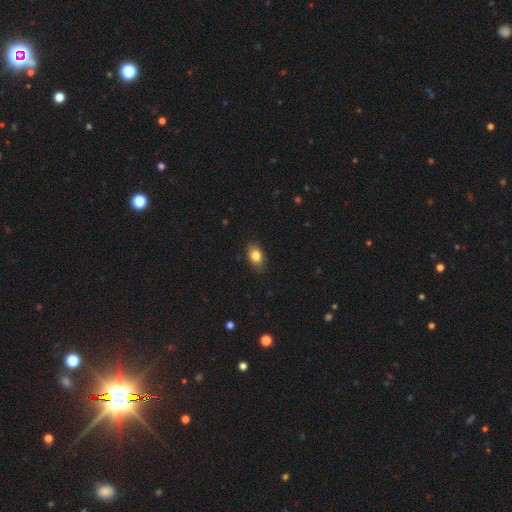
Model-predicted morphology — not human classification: smooth_or_featured: smooth (p=0.83) [alt: featured or disk p=0.09]
how_rounded: in between (p=0.83) [alt: round p=0.15]
merging: none (p=0.86) [alt: minor disturbance p=0.11]